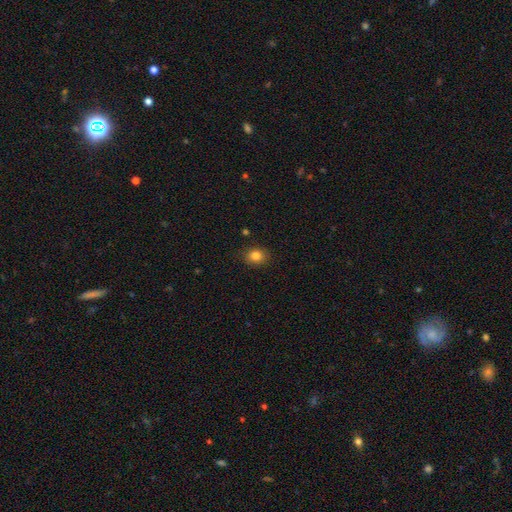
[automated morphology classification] Q: Smooth or featured?
A: smooth (82%); runner-up: star or artifact (11%)
Q: How rounded?
A: round (58%); runner-up: in between (41%)
Q: Merging?
A: none (88%); runner-up: minor disturbance (9%)